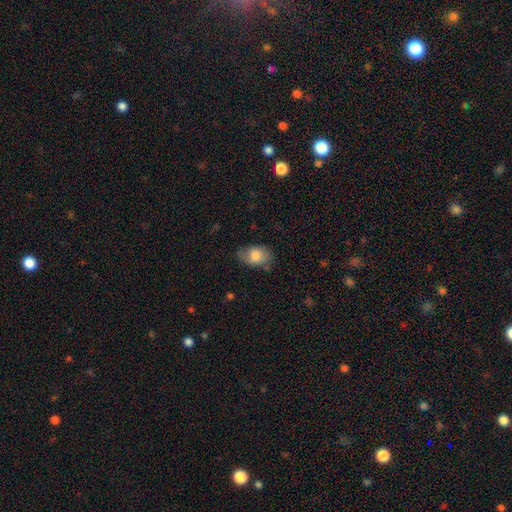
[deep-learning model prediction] A smooth galaxy with no disk features (79%) that is in between round and cigar-shaped (85%). Merging: none (62%).